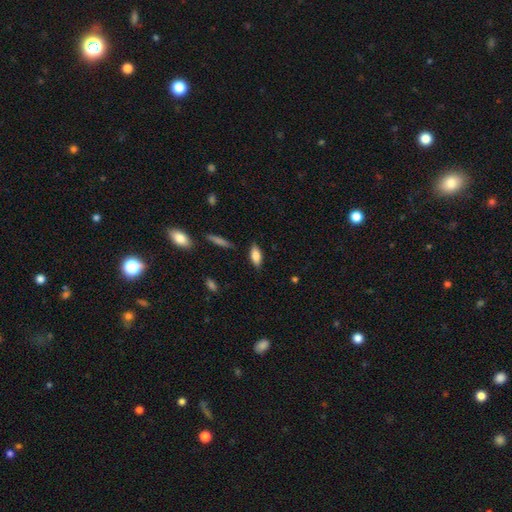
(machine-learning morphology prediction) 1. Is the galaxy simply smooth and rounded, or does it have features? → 81% smooth, 12% featured or disk, 7% star or artifact.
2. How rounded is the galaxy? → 81% in between, 16% cigar-shaped, 3% round.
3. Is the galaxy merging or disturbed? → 84% none, 12% minor disturbance, 3% major disturbance, 2% merger.